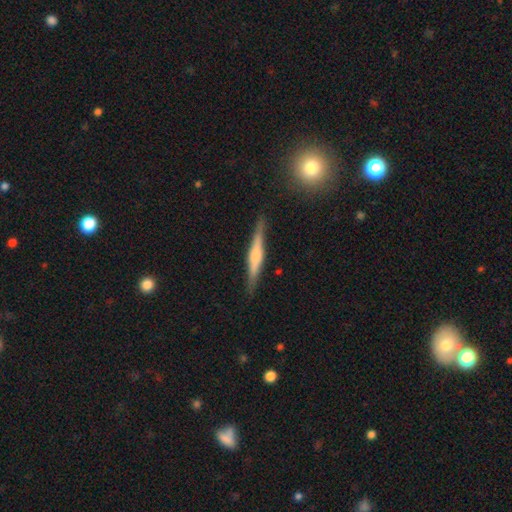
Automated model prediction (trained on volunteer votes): This appears to be a featured or disk galaxy (60%) viewed edge-on (97%) with a rounded central bulge (58%). Merging: none (88%).